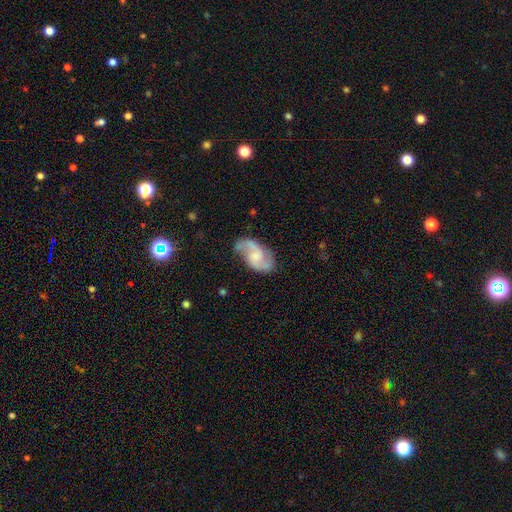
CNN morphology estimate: featured or disk 83%, smooth 11%, star or artifact 6%. Down the decision tree: edge-on disk — no (97%); bar — no (46%); spiral arms — yes (96%); spiral arm count — 2 (92%); spiral winding — medium (46%); bulge size — none (30%, tied with moderate and small); merging — none (73%).